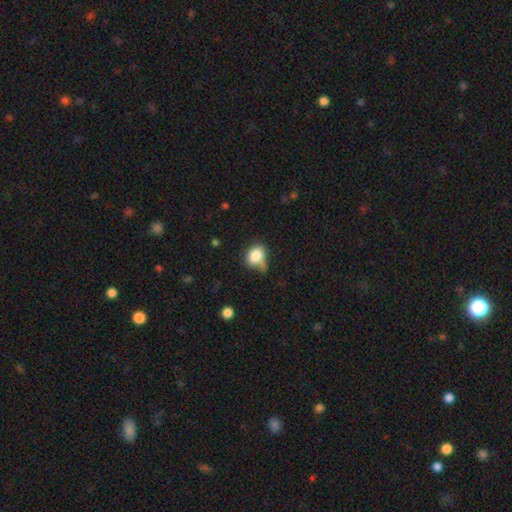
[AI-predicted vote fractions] Smooth or featured: smooth — 82% (star or artifact — 10%)
How rounded: in between — 56% (round — 42%)
Merging: none — 45% (minor disturbance — 34%)